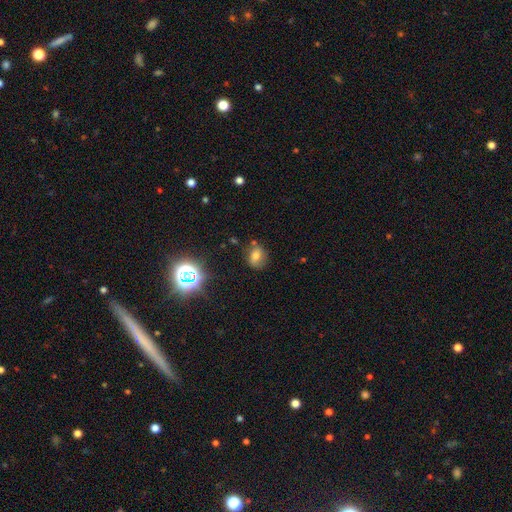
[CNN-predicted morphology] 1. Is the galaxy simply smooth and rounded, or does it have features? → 62% smooth, 21% star or artifact, 18% featured or disk.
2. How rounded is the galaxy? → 52% round, 47% in between, 2% cigar-shaped.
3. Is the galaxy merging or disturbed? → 71% none, 19% minor disturbance, 6% major disturbance, 5% merger.